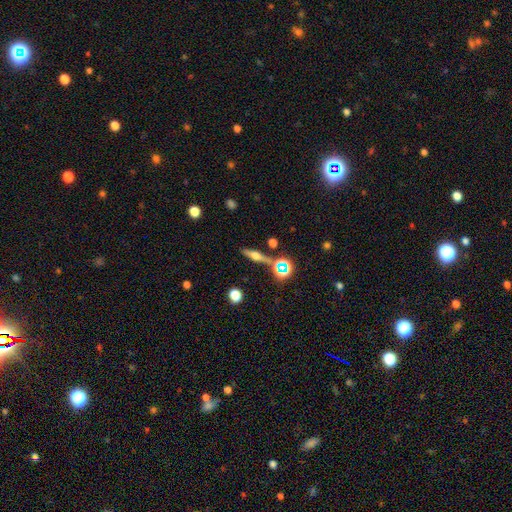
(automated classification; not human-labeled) Q: Smooth or featured?
A: featured or disk (54%); runner-up: smooth (32%)
Q: Edge-on disk?
A: yes (93%); runner-up: no (7%)
Q: Merging?
A: none (76%); runner-up: minor disturbance (10%)